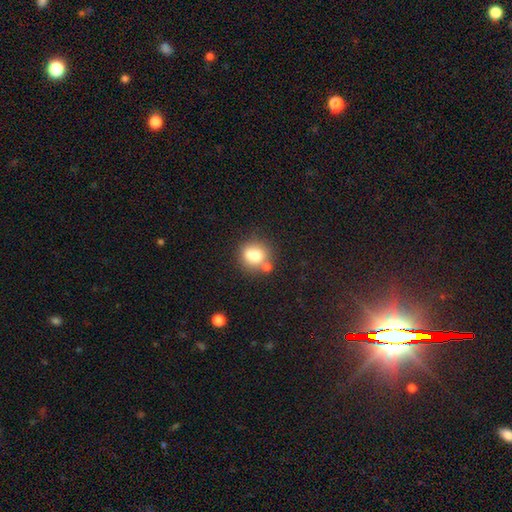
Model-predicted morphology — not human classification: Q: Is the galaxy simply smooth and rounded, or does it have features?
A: smooth — 73%.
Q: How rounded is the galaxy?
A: round — 79%.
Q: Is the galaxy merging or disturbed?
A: none — 53%.